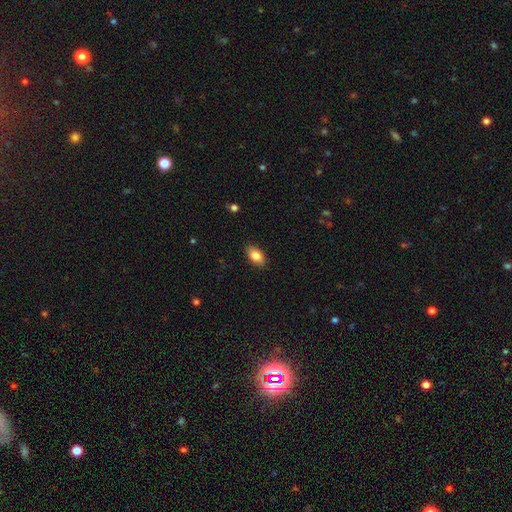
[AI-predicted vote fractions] Smooth or featured: smooth — 85% (featured or disk — 8%)
How rounded: in between — 91% (round — 6%)
Merging: none — 87% (minor disturbance — 9%)